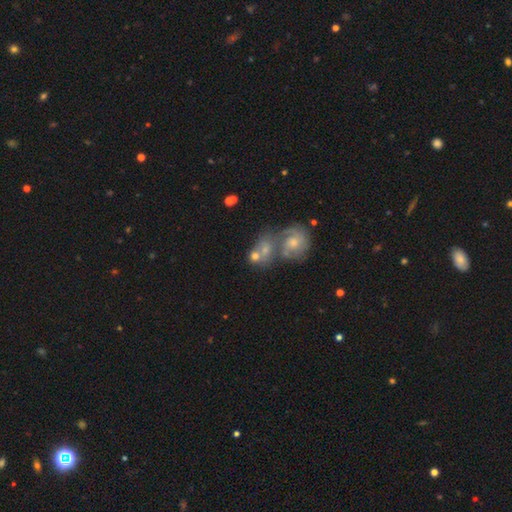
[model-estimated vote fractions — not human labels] smooth-or-featured: smooth: 49% | featured or disk: 40% | star or artifact: 11%
  merging: merger: 57% | none: 25% | minor disturbance: 10% | major disturbance: 7%